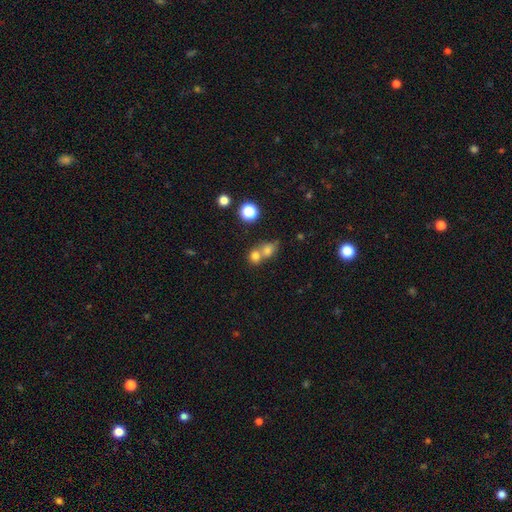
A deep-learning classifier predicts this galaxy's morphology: Overall: smooth (74%). How rounded: round (73%). Merging: merger (56%; none 34%).